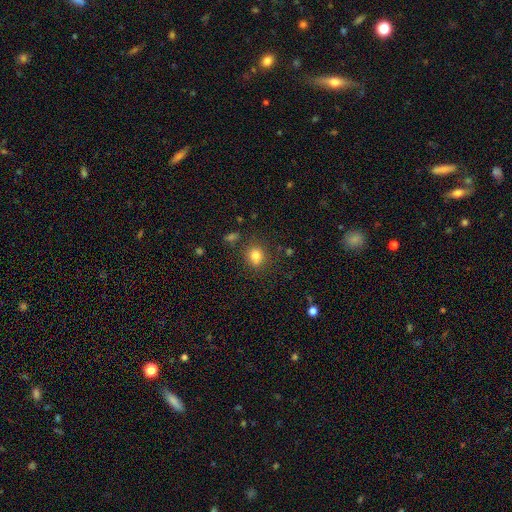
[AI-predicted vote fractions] Overall: smooth (80%). How rounded: round (68%; in between 31%). Merging: none (77%).